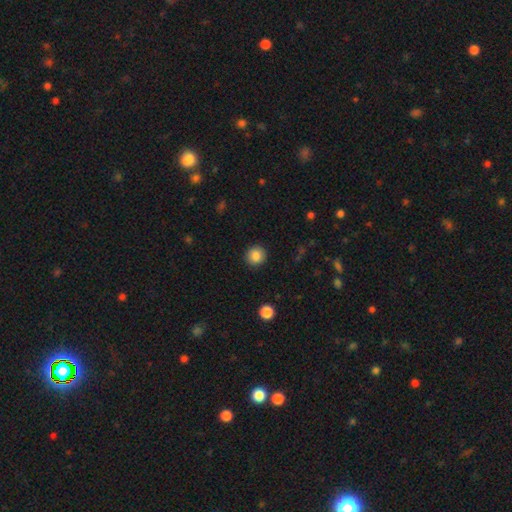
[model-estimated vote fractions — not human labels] Smooth or featured? Predicted: smooth (p=0.85). How rounded? Predicted: round (p=0.91). Merging? Predicted: none (p=0.91).